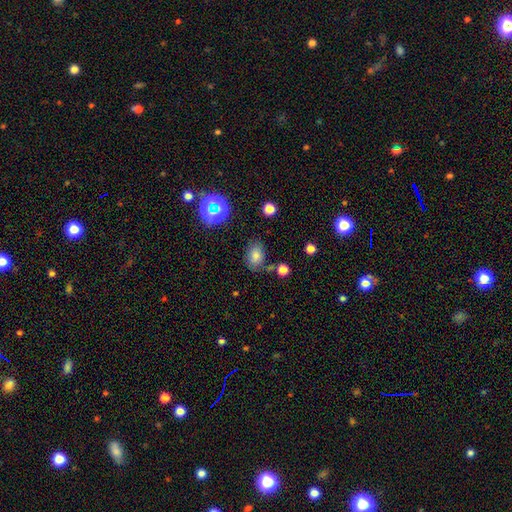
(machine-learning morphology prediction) smooth-or-featured: smooth: 76% | star or artifact: 15% | featured or disk: 9%
  how-rounded: in between: 75% | round: 24% | cigar-shaped: 1%
  merging: none: 73% | minor disturbance: 17% | major disturbance: 5% | merger: 5%